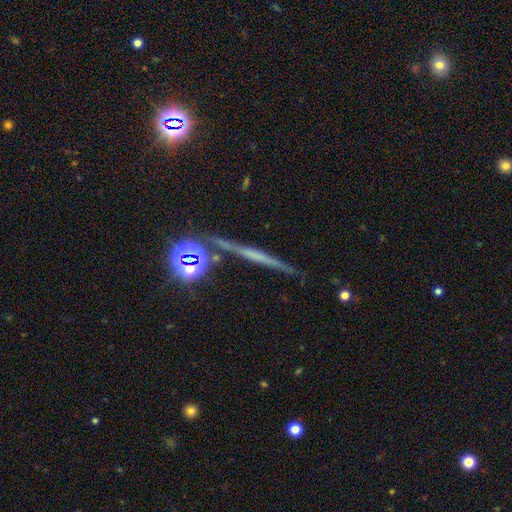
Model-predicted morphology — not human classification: A featured or disk galaxy (48%).

Vote fractions:
- Smooth or featured? featured or disk: 48% / smooth: 32% / star or artifact: 21%
- Merging? none: 84% / minor disturbance: 10% / merger: 4% / major disturbance: 3%